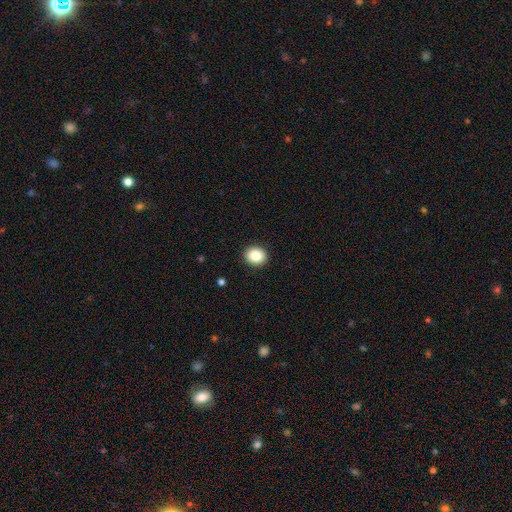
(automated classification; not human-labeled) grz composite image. It shows a smooth galaxy with no disk features (86%) that is round (74%). Merging: none (92%).